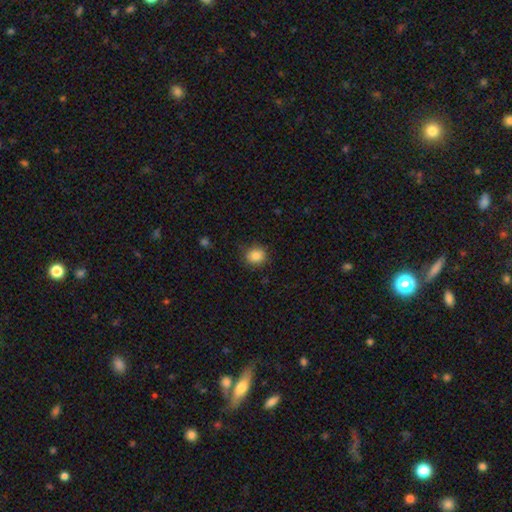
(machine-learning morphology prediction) A smooth galaxy with no disk features (85%) that is round (78%). Merging: none (86%).